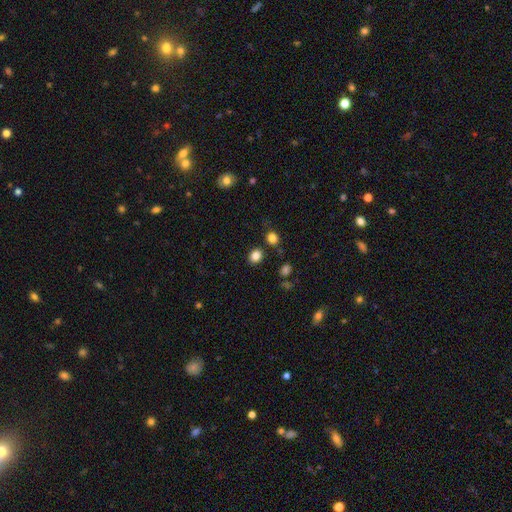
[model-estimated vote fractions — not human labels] This is clearly a smooth galaxy (84%). How rounded: likely round (66%). Merging: clearly none (82%).